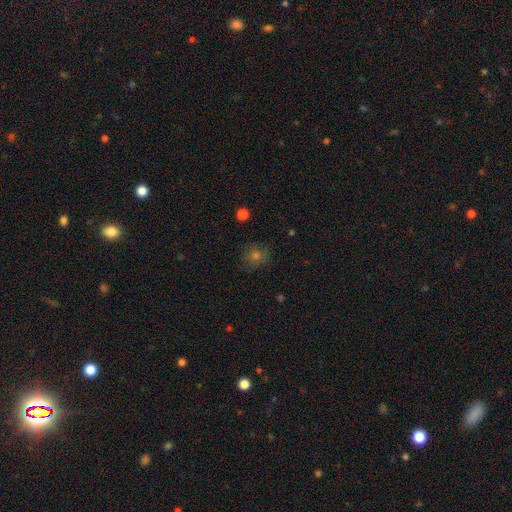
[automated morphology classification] Smooth or featured: smooth — 59% (star or artifact — 25%)
How rounded: round — 84% (in between — 15%)
Merging: none — 83% (minor disturbance — 12%)